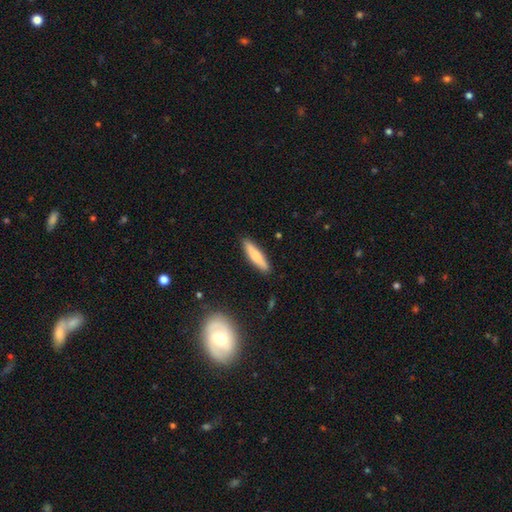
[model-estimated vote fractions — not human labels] Overall: smooth (76%). How rounded: cigar-shaped (80%). Merging: none (89%).